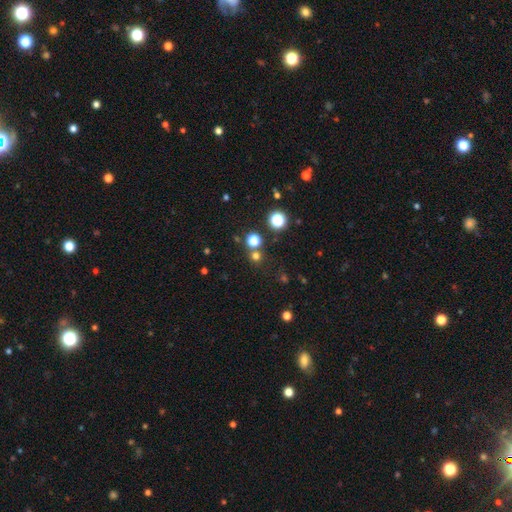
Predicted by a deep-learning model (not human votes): Q: Smooth or featured?
A: smooth (65%); runner-up: star or artifact (29%)
Q: How rounded?
A: round (92%); runner-up: in between (7%)
Q: Merging?
A: none (77%); runner-up: merger (13%)